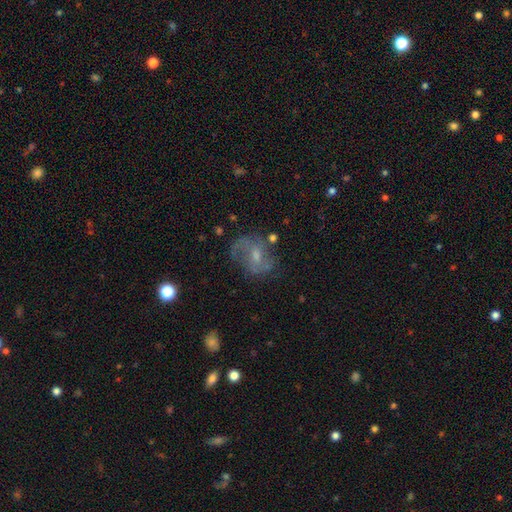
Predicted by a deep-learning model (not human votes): A featured or disk galaxy (65%) with a weak bar (47%), spiral arms (78%) and a small central bulge (47%).

Vote fractions:
- Smooth or featured? featured or disk: 65% / smooth: 24% / star or artifact: 11%
- Edge-on disk? no: 97% / yes: 3%
- Bar? weak: 47% / no: 43% / strong: 10%
- Spiral arms? yes: 78% / no: 22%
- Bulge size? small: 47% / moderate: 41% / none: 8% / large: 3% / dominant: 1%
- Merging? none: 60% / minor disturbance: 21% / major disturbance: 16% / merger: 3%